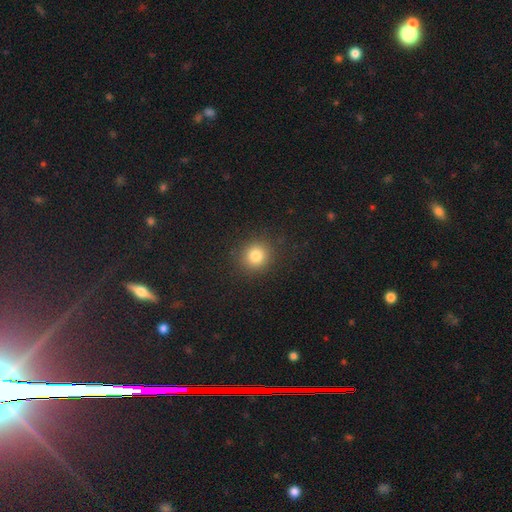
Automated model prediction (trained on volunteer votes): A smooth galaxy with no disk features (81%) that is round (89%). Merging: none (90%).